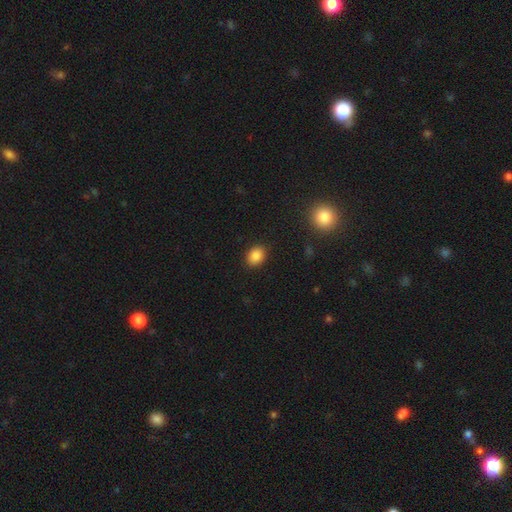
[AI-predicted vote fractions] Smooth or featured: smooth — 86% (star or artifact — 10%)
How rounded: in between — 63% (round — 36%)
Merging: none — 89% (minor disturbance — 8%)